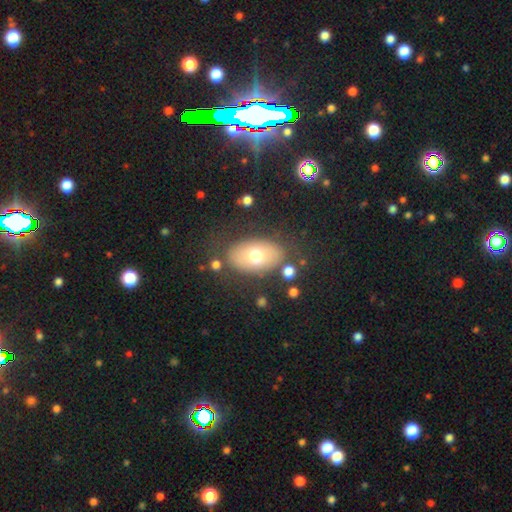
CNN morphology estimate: A smooth galaxy with no disk features (66%) that is in between round and cigar-shaped (84%).

Vote fractions:
- Smooth or featured? smooth: 66% / featured or disk: 26% / star or artifact: 9%
- How rounded? in between: 84% / round: 14% / cigar-shaped: 1%
- Merging? none: 77% / minor disturbance: 13% / major disturbance: 7% / merger: 4%